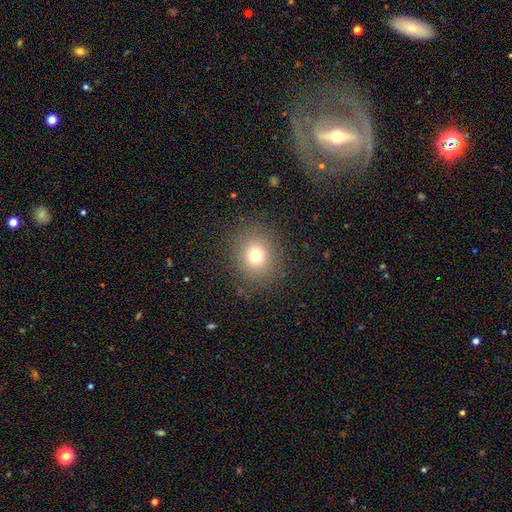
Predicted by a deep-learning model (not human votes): Smooth or featured?
  - smooth: 73% *
  - star or artifact: 17%
  - featured or disk: 10%
How rounded?
  - round: 82% *
  - in between: 17%
  - cigar-shaped: 1%
Merging?
  - none: 87% *
  - minor disturbance: 8%
  - major disturbance: 4%
  - merger: 1%